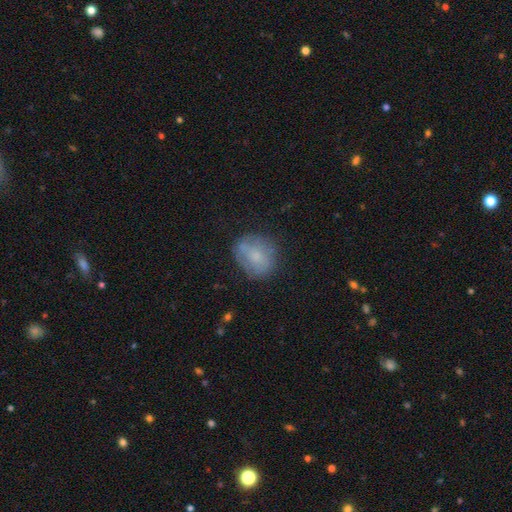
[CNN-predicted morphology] smooth_or_featured: smooth (p=0.65) [alt: featured or disk p=0.26]
how_rounded: round (p=0.63) [alt: in between p=0.36]
merging: none (p=0.67) [alt: minor disturbance p=0.23]